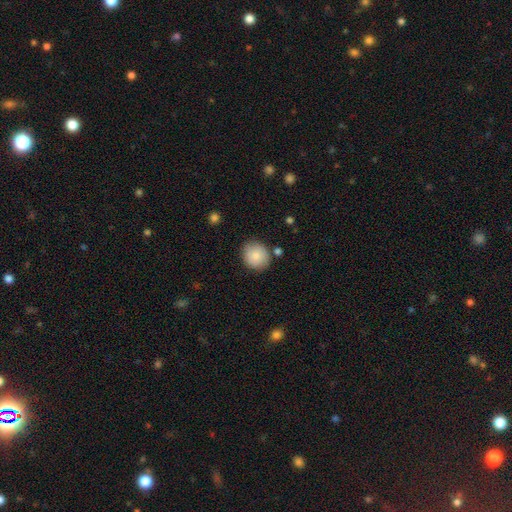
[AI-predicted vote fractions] smooth_or_featured: smooth (p=0.85) [alt: featured or disk p=0.08]
how_rounded: round (p=0.82) [alt: in between p=0.17]
merging: none (p=0.80) [alt: minor disturbance p=0.13]